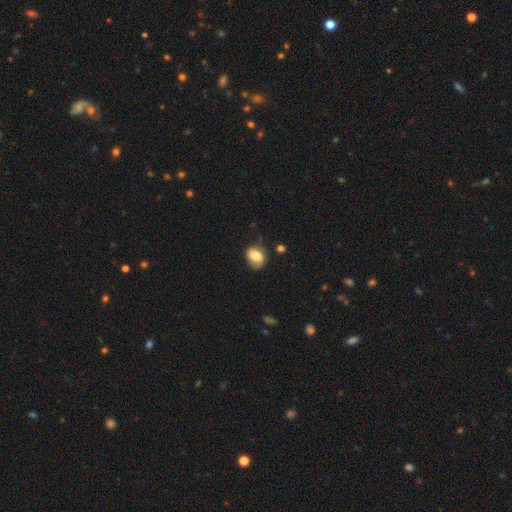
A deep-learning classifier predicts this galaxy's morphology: A smooth galaxy with no disk features (76%) that is in between round and cigar-shaped (56%).

Vote fractions:
- Smooth or featured? smooth: 76% / featured or disk: 15% / star or artifact: 8%
- How rounded? in between: 56% / round: 43% / cigar-shaped: 1%
- Merging? none: 64% / minor disturbance: 26% / major disturbance: 8% / merger: 3%